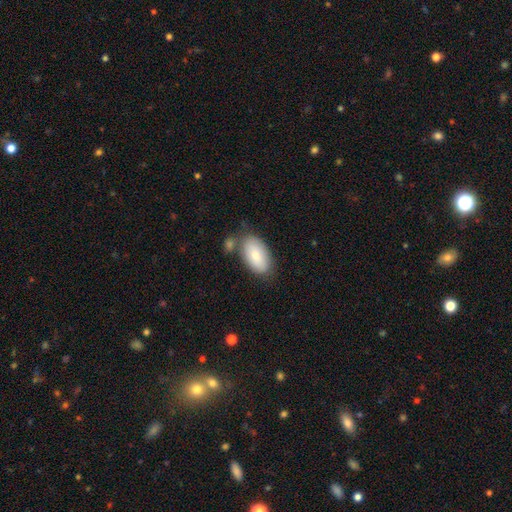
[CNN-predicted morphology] Q: Smooth or featured?
A: smooth (78%); runner-up: featured or disk (16%)
Q: How rounded?
A: in between (95%); runner-up: round (3%)
Q: Merging?
A: none (63%); runner-up: minor disturbance (18%)